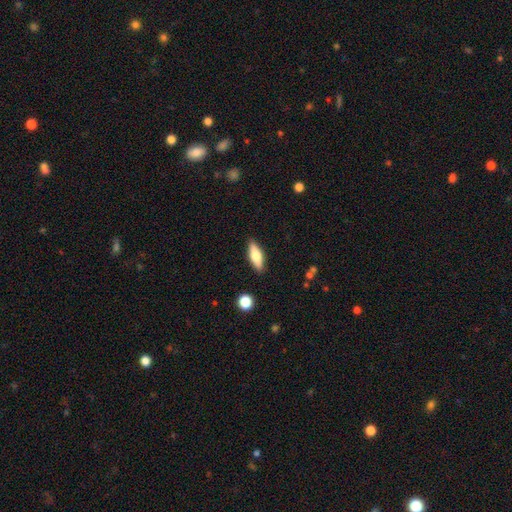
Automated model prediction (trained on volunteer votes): Morphology: type=smooth (63%); roundness=in between (56%); merging=none (88%).